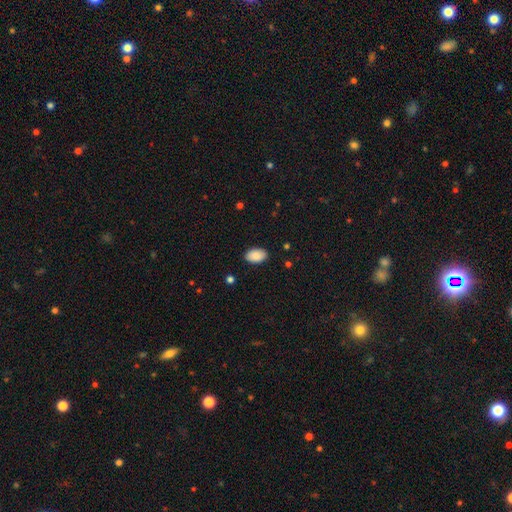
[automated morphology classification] type=smooth (89%); roundness=in between (92%); merging=none (88%).